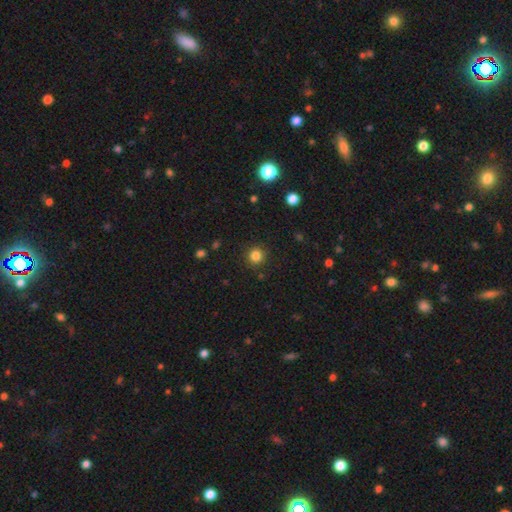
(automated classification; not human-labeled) A smooth galaxy with no disk features (83%) that is round (94%). Merging: none (91%).